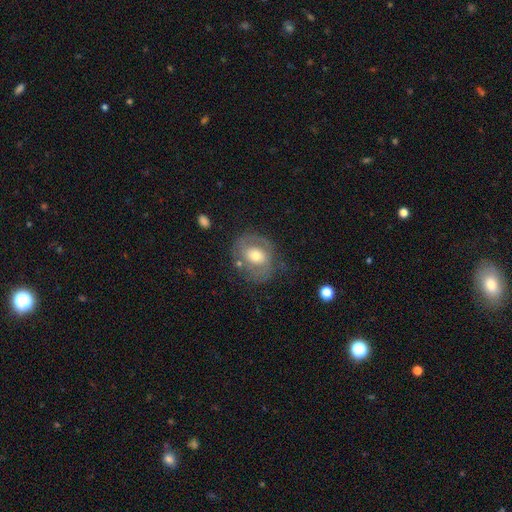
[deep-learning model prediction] The model was most divided on "spiral arms": yes: 55%, no: 45%. More confident: edge-on disk — no (96%); bulge size — moderate (65%); bar — no (65%); merging — none (62%); smooth or featured — featured or disk (59%).